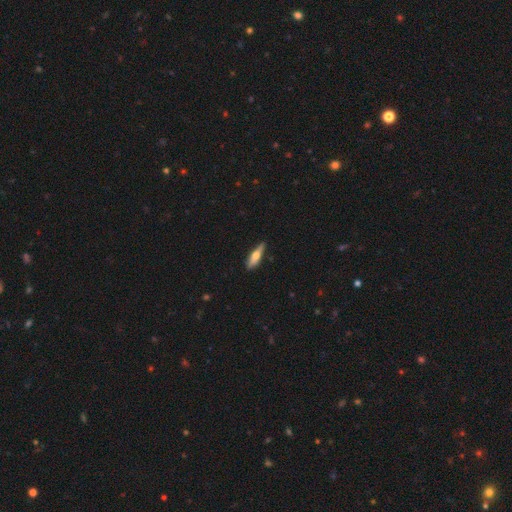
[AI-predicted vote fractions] This is possibly a smooth galaxy (56%). How rounded: likely cigar-shaped (67%). Merging: clearly none (81%).